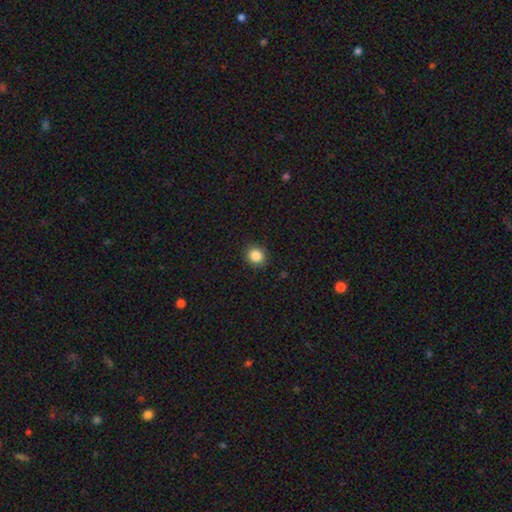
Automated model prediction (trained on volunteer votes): Smooth or featured?
  - smooth: 86% *
  - star or artifact: 10%
  - featured or disk: 4%
How rounded?
  - round: 83% *
  - in between: 16%
  - cigar-shaped: 1%
Merging?
  - none: 90% *
  - minor disturbance: 7%
  - major disturbance: 2%
  - merger: 1%